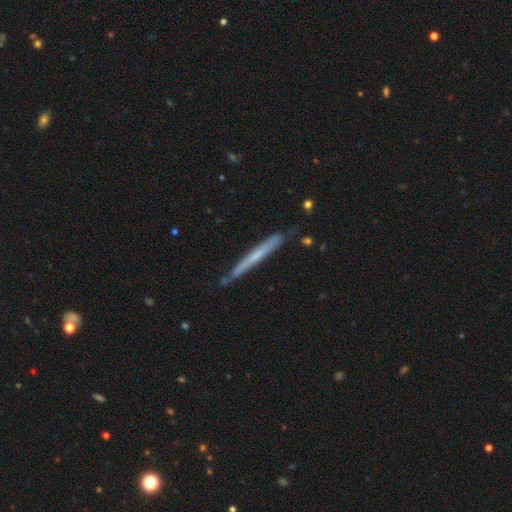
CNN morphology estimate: This appears to be a featured or disk galaxy (49%). Merging: none (79%).